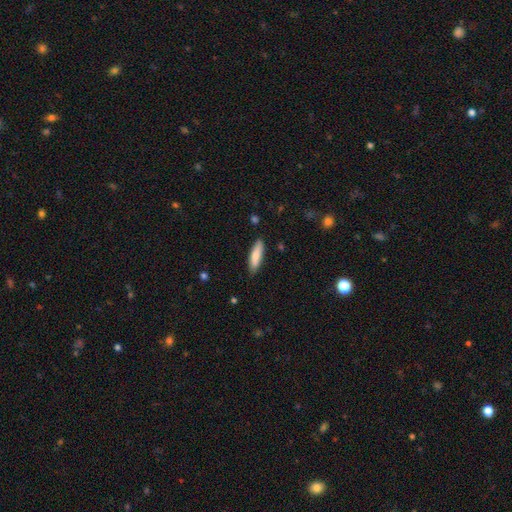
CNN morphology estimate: Smooth or featured? smooth (79%)
How rounded? cigar-shaped (63%)
Merging? none (86%)